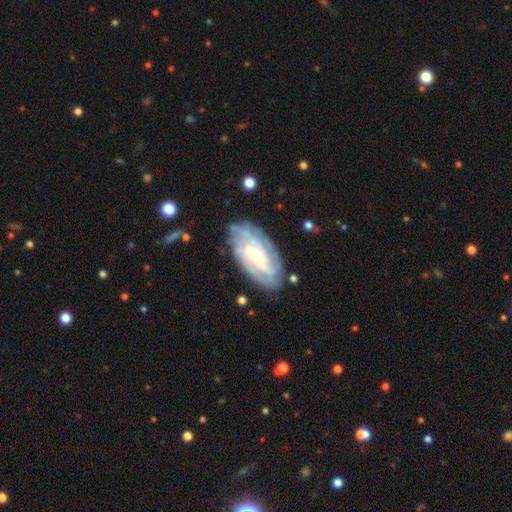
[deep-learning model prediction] Smooth or featured: featured or disk — 82% (smooth — 12%)
Edge-on disk: no — 94% (yes — 6%)
Bar: no — 43% (weak — 42%)
Spiral arms: yes — 94% (no — 6%)
Spiral winding: tight — 68% (medium — 25%)
Spiral arm count: can't tell — 40% (3 — 17%)
Bulge size: small — 51% (moderate — 44%)
Merging: none — 78% (minor disturbance — 16%)